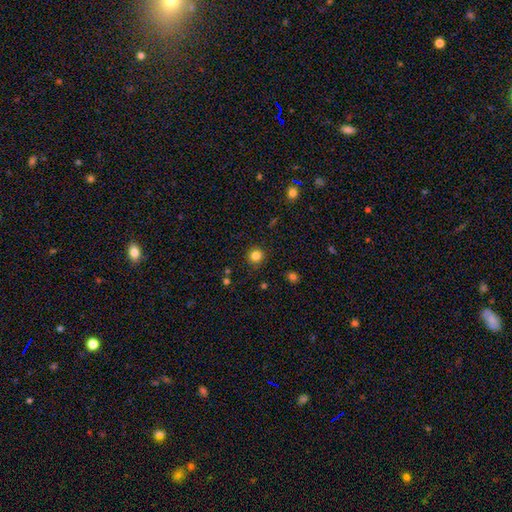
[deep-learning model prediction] smooth 83%, star or artifact 12%, featured or disk 5%. Down the decision tree: how rounded — round (93%); merging — none (90%).